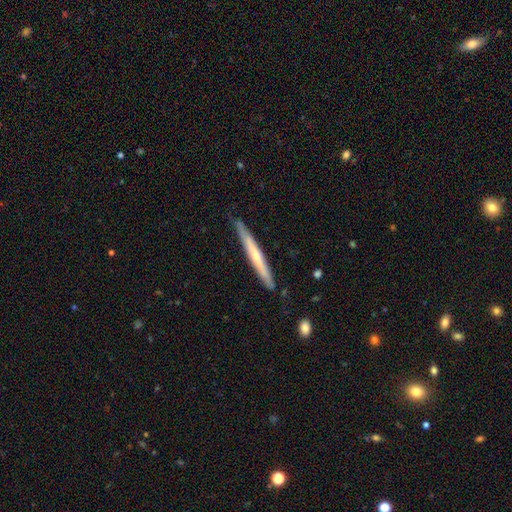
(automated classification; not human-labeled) The model was most divided on "smooth or featured": featured or disk: 53%, smooth: 42%, star or artifact: 5%. More confident: edge-on disk — yes (95%); merging — none (84%); edge-on bulge — none (56%).